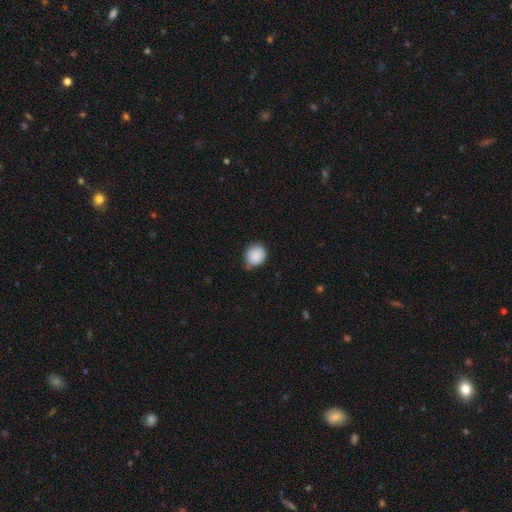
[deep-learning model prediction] Morphology: type=smooth (88%); roundness=round (76%); merging=none (64%).